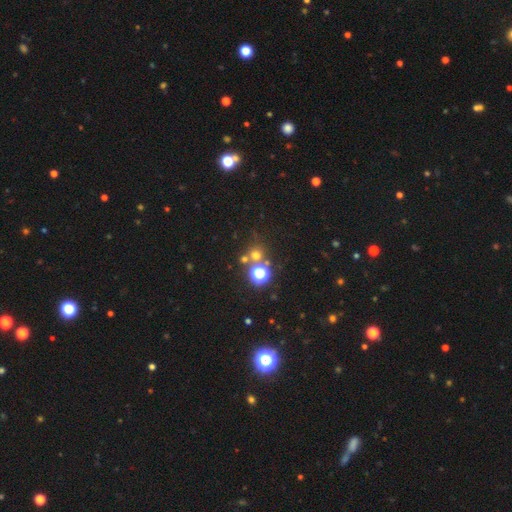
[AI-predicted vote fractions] This is possibly a smooth galaxy (58%). How rounded: clearly round (91%). Merging: likely none (69%).